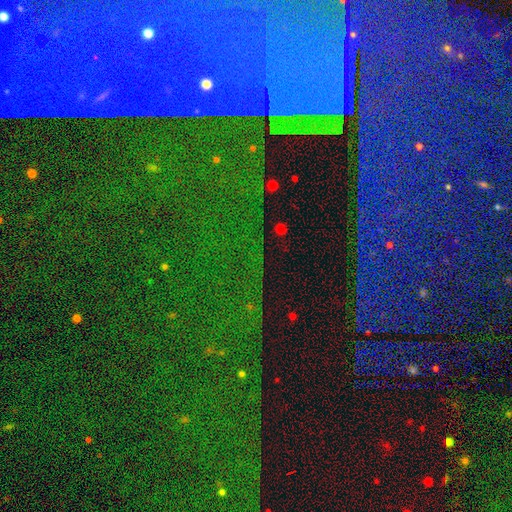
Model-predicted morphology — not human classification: A star or artifact, not a galaxy (85%).